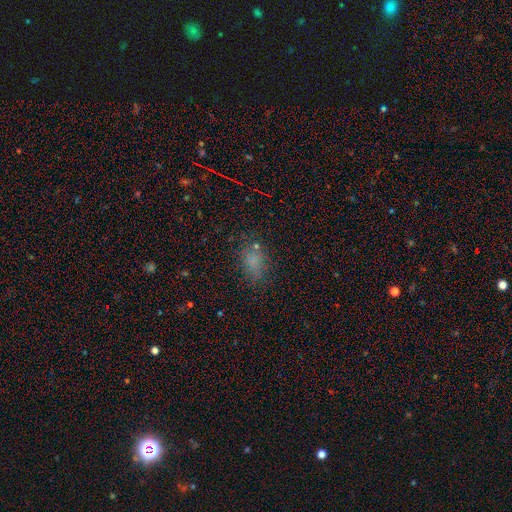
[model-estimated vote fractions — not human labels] smooth-or-featured: smooth: 69% | star or artifact: 22% | featured or disk: 9%
  how-rounded: in between: 79% | round: 16% | cigar-shaped: 5%
  merging: none: 71% | minor disturbance: 18% | major disturbance: 8% | merger: 4%